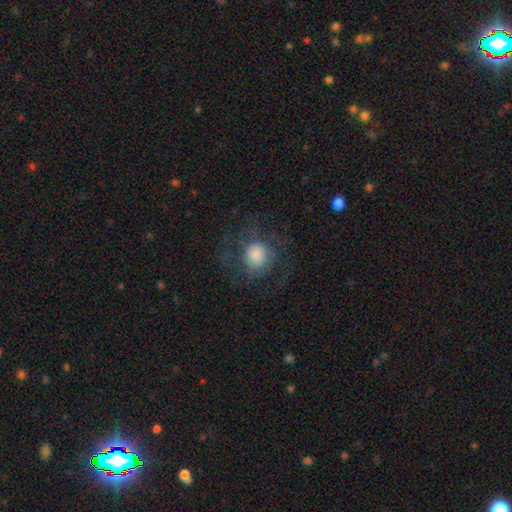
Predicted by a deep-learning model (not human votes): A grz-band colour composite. It shows a smooth galaxy with no disk features (61%) that is round (86%). Merging: none (64%).